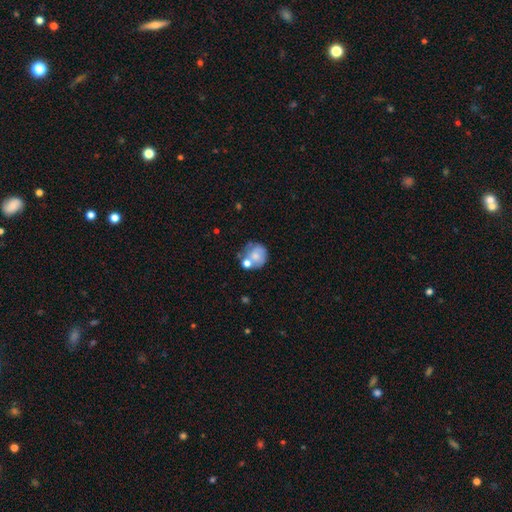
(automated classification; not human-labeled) Overall: smooth (58%; featured or disk 33%). How rounded: round (73%). Merging: none (41%; merger 29%).